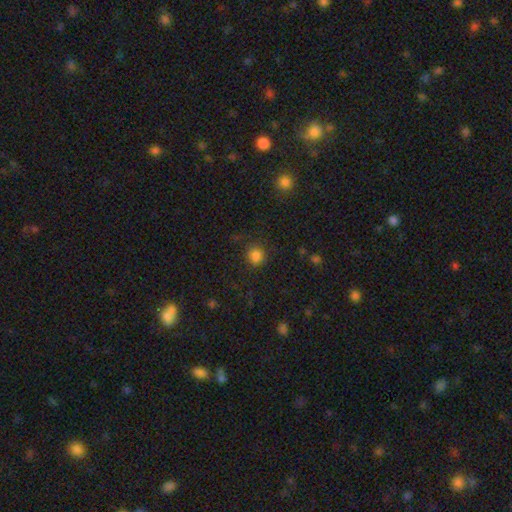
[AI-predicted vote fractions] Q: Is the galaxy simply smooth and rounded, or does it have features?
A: smooth — 82%.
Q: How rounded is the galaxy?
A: round — 89%.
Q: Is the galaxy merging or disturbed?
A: none — 84%.